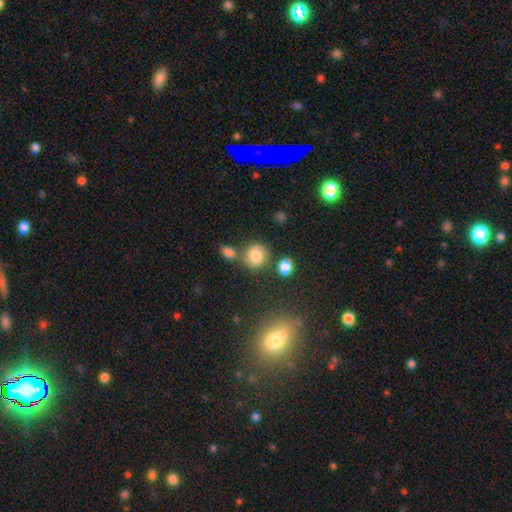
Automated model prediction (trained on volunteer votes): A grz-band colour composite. It shows a smooth galaxy with no disk features (69%) that is round (78%). Merging: none (60%).